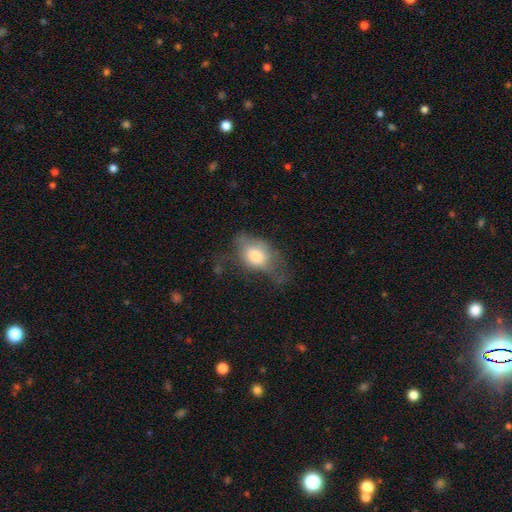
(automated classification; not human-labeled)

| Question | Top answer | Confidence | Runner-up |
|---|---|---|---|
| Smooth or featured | smooth | 65% | featured or disk (27%) |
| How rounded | in between | 82% | round (15%) |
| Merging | major disturbance | 36% | minor disturbance (33%) |